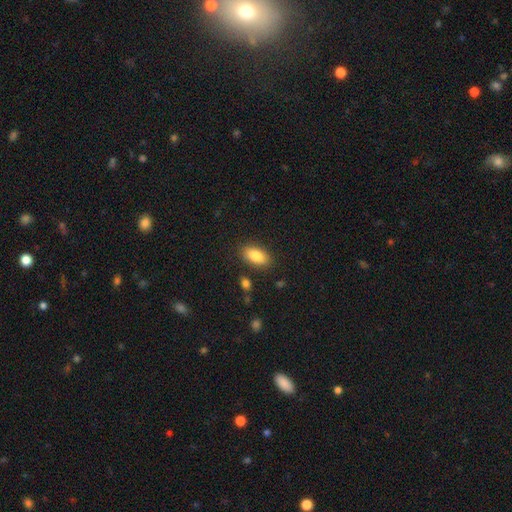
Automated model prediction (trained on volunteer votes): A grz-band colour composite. It shows a smooth galaxy with no disk features (85%) that is in between round and cigar-shaped (91%). Merging: none (85%).